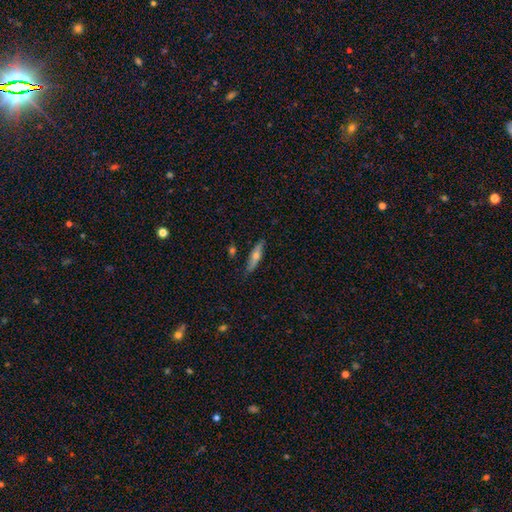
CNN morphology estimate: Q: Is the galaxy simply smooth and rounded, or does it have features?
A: featured or disk — 47%.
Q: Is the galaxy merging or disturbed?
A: none — 84%.